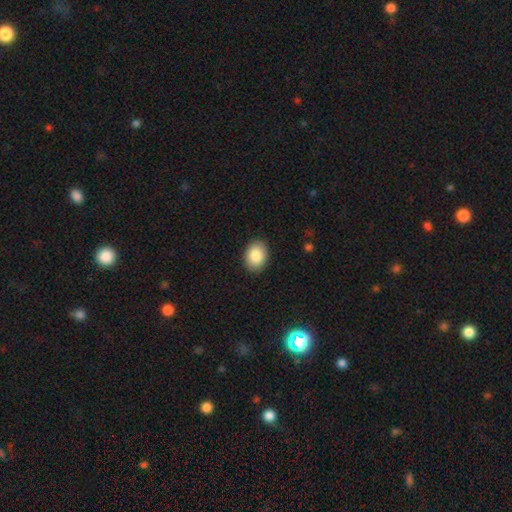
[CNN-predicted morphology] Smooth or featured?
  - smooth: 87% *
  - star or artifact: 7%
  - featured or disk: 5%
How rounded?
  - in between: 72% *
  - round: 27%
  - cigar-shaped: 1%
Merging?
  - none: 89% *
  - minor disturbance: 8%
  - major disturbance: 2%
  - merger: 1%